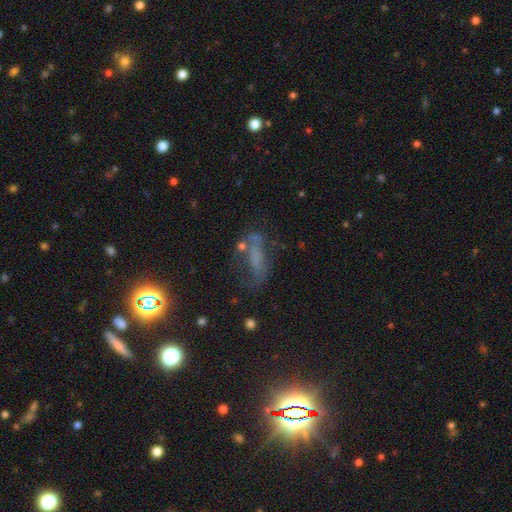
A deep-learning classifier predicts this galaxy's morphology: Smooth or featured: featured or disk — 37% (smooth — 33%)
Merging: none — 47% (major disturbance — 23%)